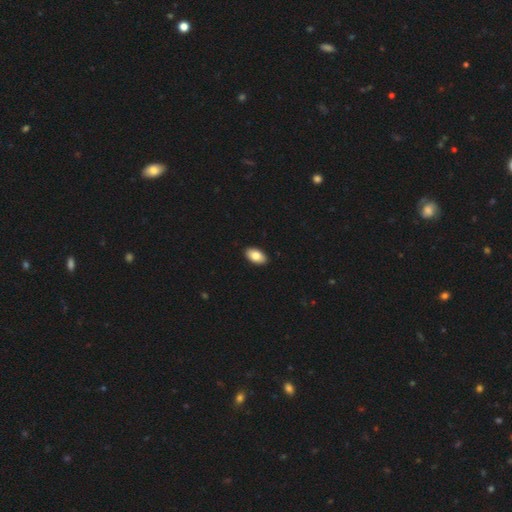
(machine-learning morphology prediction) Smooth or featured? Predicted: smooth (p=0.84). How rounded? Predicted: in between (p=0.94). Merging? Predicted: none (p=0.91).